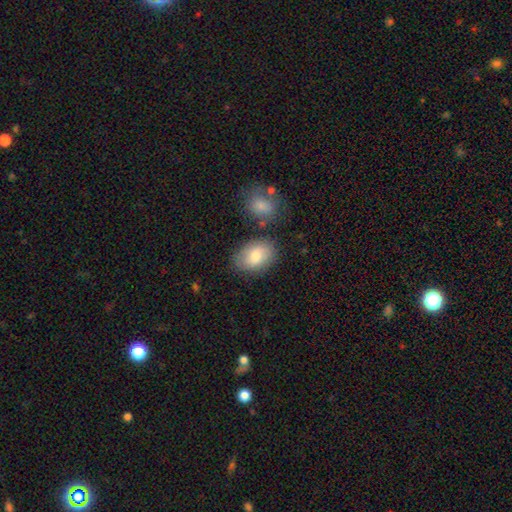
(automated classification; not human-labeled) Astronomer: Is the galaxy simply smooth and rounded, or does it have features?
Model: smooth — 80%.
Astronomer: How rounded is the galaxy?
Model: in between — 87%.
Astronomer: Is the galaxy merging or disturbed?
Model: none — 76%.